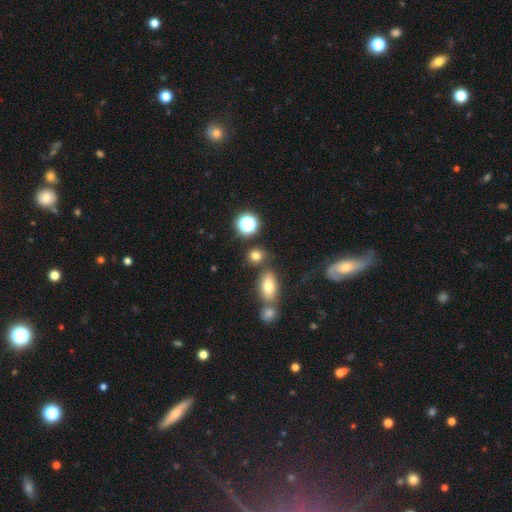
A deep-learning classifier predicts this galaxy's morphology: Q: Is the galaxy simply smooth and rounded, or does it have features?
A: smooth — 74%.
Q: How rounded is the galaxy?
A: round — 61%.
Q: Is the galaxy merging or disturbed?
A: none — 73%.